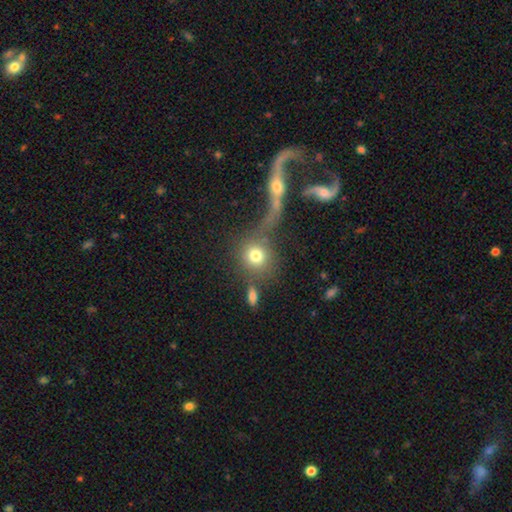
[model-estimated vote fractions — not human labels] Q: Smooth or featured?
A: smooth (74%); runner-up: featured or disk (13%)
Q: How rounded?
A: round (84%); runner-up: in between (14%)
Q: Merging?
A: none (49%); runner-up: merger (28%)